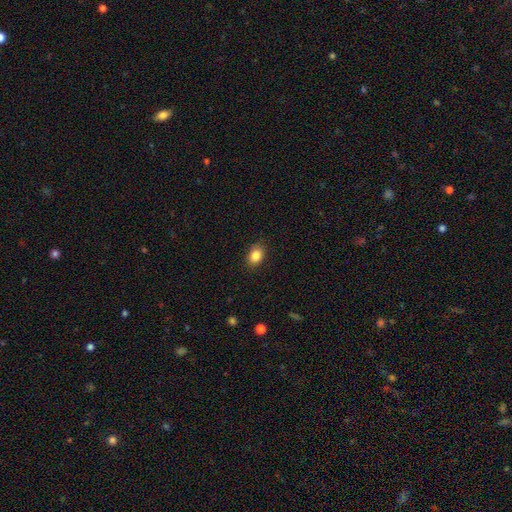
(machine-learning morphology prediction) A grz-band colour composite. It shows a smooth galaxy with no disk features (85%) that is in between round and cigar-shaped (73%). Merging: none (87%).